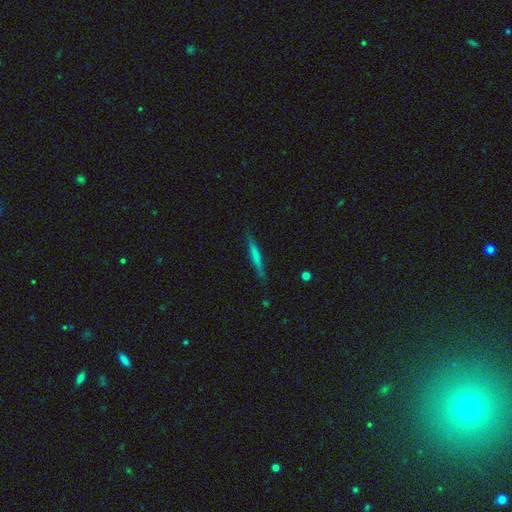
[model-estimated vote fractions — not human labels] Smooth or featured? Predicted: smooth (p=0.65). How rounded? Predicted: cigar-shaped (p=0.94). Merging? Predicted: none (p=0.85).